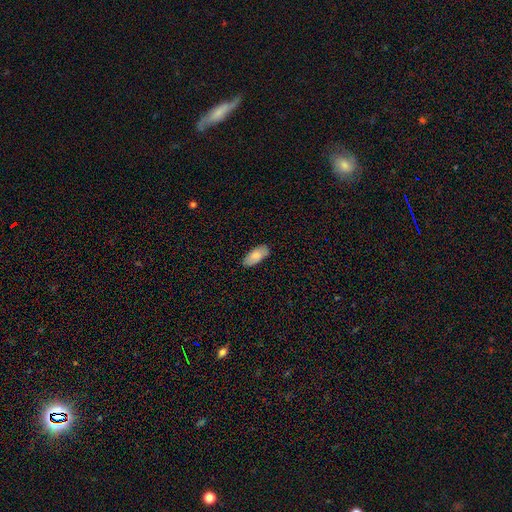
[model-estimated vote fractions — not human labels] Q: Smooth or featured?
A: smooth (81%); runner-up: featured or disk (13%)
Q: How rounded?
A: in between (89%); runner-up: cigar-shaped (9%)
Q: Merging?
A: none (84%); runner-up: minor disturbance (13%)